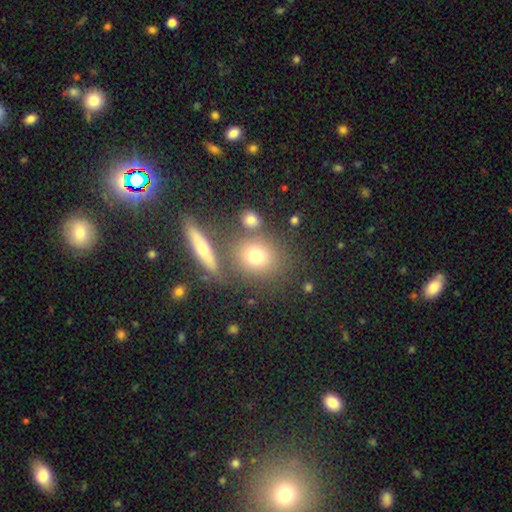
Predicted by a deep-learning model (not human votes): Morphology: type=smooth (72%); roundness=round (63%); merging=none (67%).